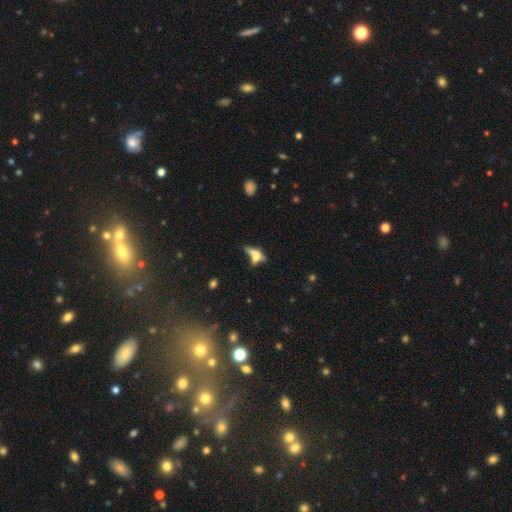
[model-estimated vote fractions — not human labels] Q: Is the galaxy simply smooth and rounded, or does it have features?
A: smooth — 53%.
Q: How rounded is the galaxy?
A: in between — 59%.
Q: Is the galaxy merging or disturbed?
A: none — 29%.